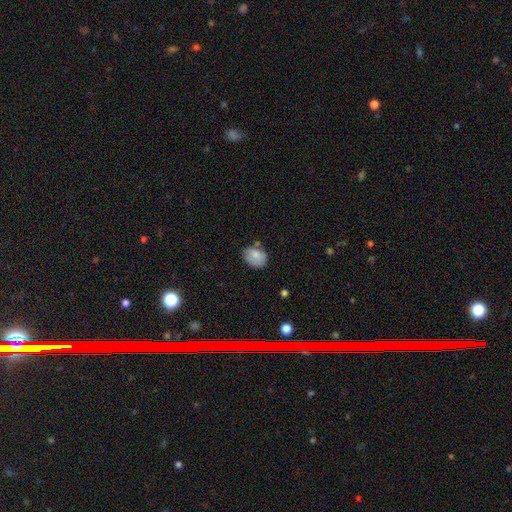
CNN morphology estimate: Smooth or featured: smooth — 75% (featured or disk — 17%)
How rounded: in between — 61% (round — 38%)
Merging: none — 57% (minor disturbance — 29%)